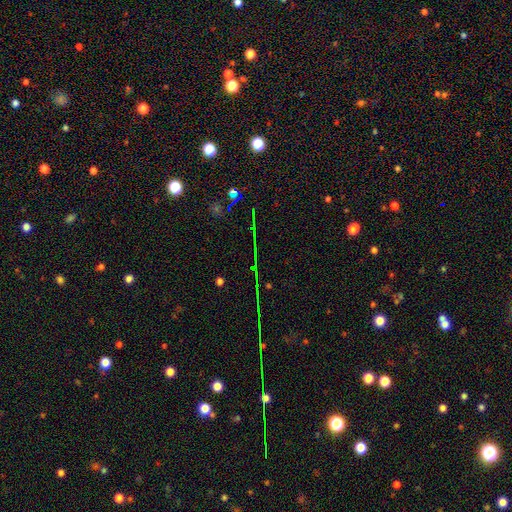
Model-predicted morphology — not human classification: Q: Smooth or featured?
A: star or artifact (72%); runner-up: smooth (16%)